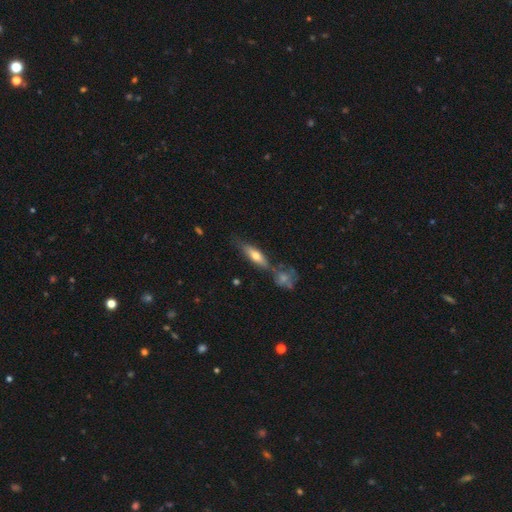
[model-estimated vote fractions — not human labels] The model was most divided on "how rounded": cigar-shaped: 57%, in between: 41%, round: 2%. More confident: merging — none (63%); smooth or featured — smooth (58%).